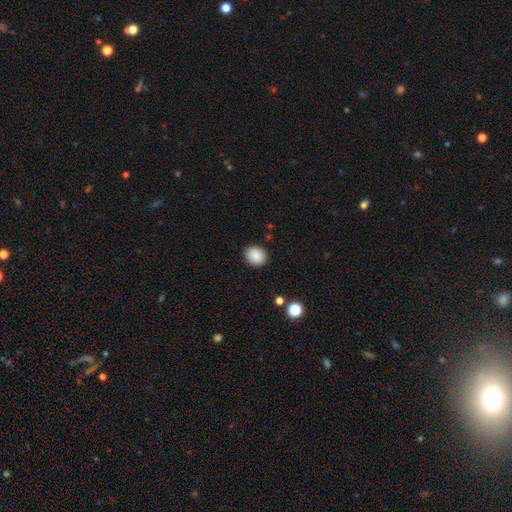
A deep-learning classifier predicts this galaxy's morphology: Q: Smooth or featured?
A: smooth (87%); runner-up: star or artifact (9%)
Q: How rounded?
A: round (69%); runner-up: in between (30%)
Q: Merging?
A: none (90%); runner-up: minor disturbance (7%)